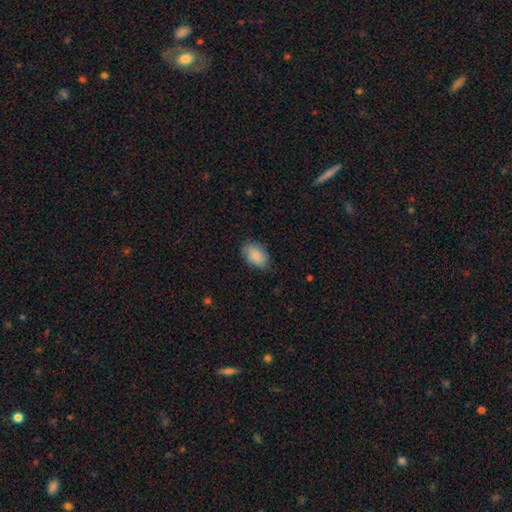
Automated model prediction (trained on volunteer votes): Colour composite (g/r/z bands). It shows a smooth galaxy with no disk features (83%) that is in between round and cigar-shaped (90%). Merging: none (77%).